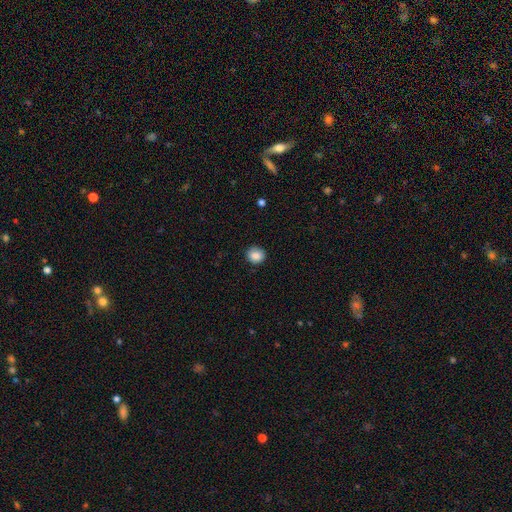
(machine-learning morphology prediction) smooth_or_featured: smooth (p=0.86) [alt: star or artifact p=0.09]
how_rounded: round (p=0.85) [alt: in between p=0.14]
merging: none (p=0.90) [alt: minor disturbance p=0.08]